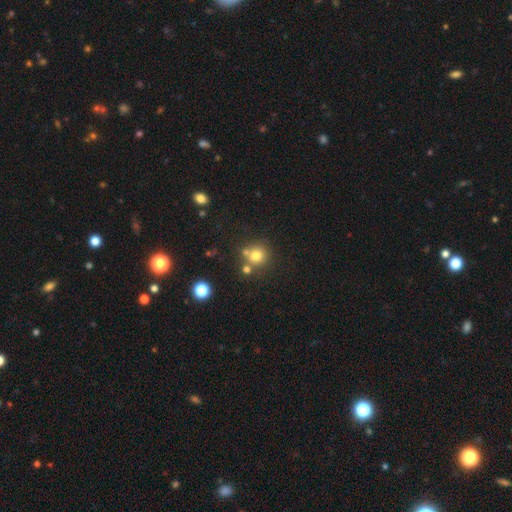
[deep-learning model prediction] Smooth or featured? Predicted: smooth (p=0.75). How rounded? Predicted: round (p=0.91). Merging? Predicted: none (p=0.64).